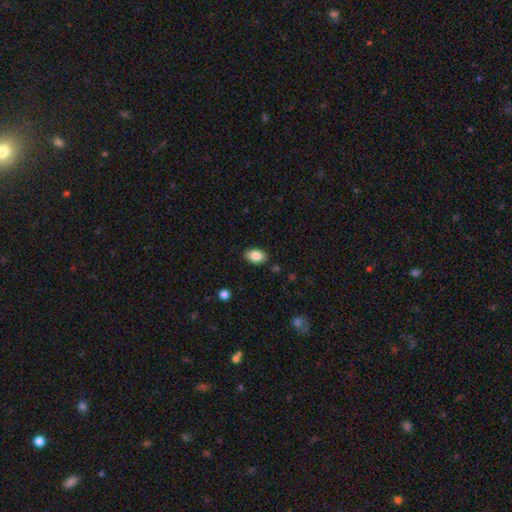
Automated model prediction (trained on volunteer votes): smooth-or-featured: smooth: 86% | star or artifact: 8% | featured or disk: 6%
  how-rounded: in between: 89% | round: 10% | cigar-shaped: 1%
  merging: none: 86% | minor disturbance: 11% | major disturbance: 2% | merger: 1%